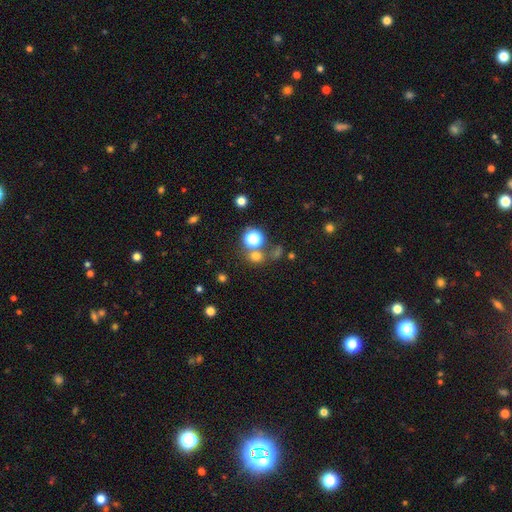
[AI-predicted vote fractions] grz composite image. It shows a smooth galaxy with no disk features (64%) that is round (81%). Merging: none (66%).